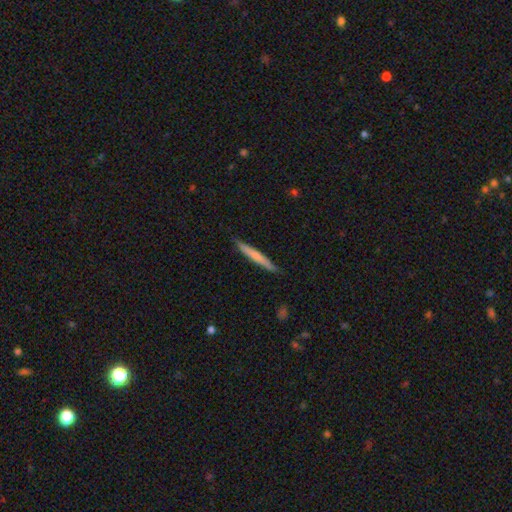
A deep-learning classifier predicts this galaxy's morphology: The model was most divided on "smooth or featured": smooth: 61%, featured or disk: 34%, star or artifact: 6%. More confident: how rounded — cigar-shaped (96%); merging — none (89%).